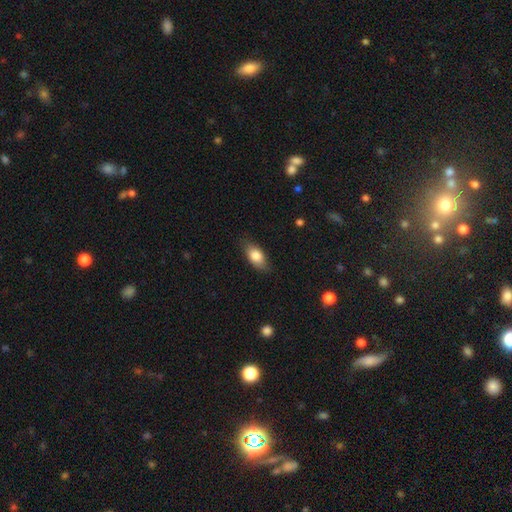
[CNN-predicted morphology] Q: Smooth or featured?
A: smooth (80%); runner-up: featured or disk (13%)
Q: How rounded?
A: in between (87%); runner-up: cigar-shaped (8%)
Q: Merging?
A: none (82%); runner-up: minor disturbance (14%)